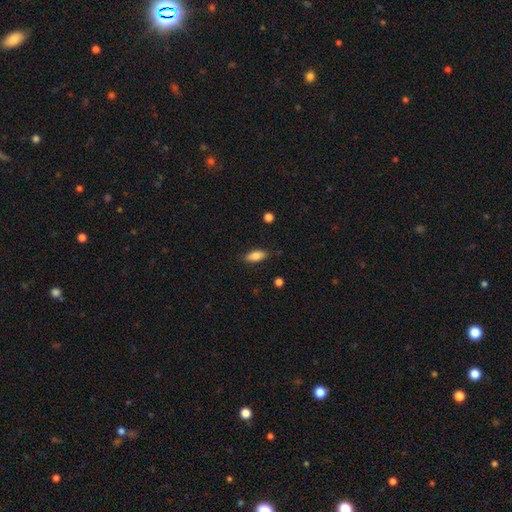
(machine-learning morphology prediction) A smooth galaxy with no disk features (84%) that is in between round and cigar-shaped (85%). Merging: none (83%).